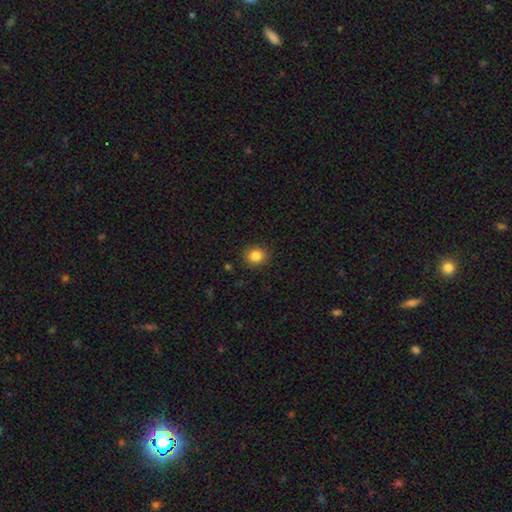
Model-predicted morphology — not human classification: This appears to be a smooth galaxy with no disk features (84%) that is round (80%). Merging: none (89%).